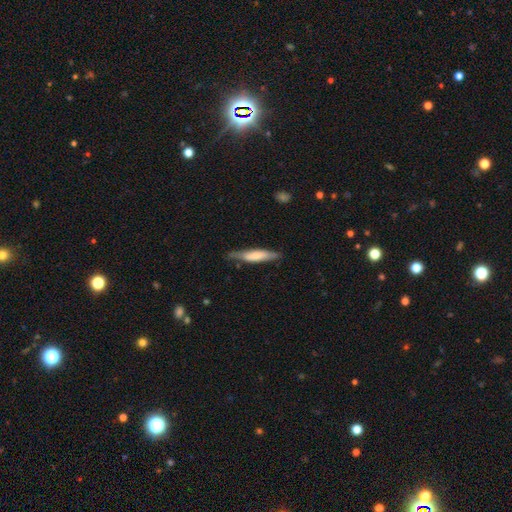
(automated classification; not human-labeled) Q: Smooth or featured?
A: smooth (63%); runner-up: featured or disk (31%)
Q: How rounded?
A: cigar-shaped (83%); runner-up: in between (16%)
Q: Merging?
A: none (73%); runner-up: minor disturbance (21%)